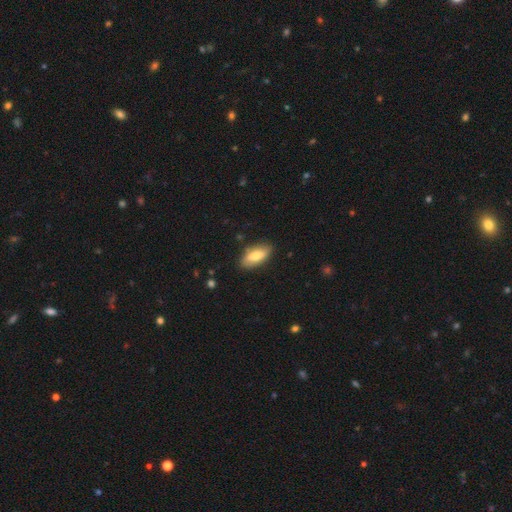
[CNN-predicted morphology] Smooth or featured: smooth — 72% (featured or disk — 22%)
How rounded: in between — 84% (cigar-shaped — 13%)
Merging: none — 84% (minor disturbance — 12%)